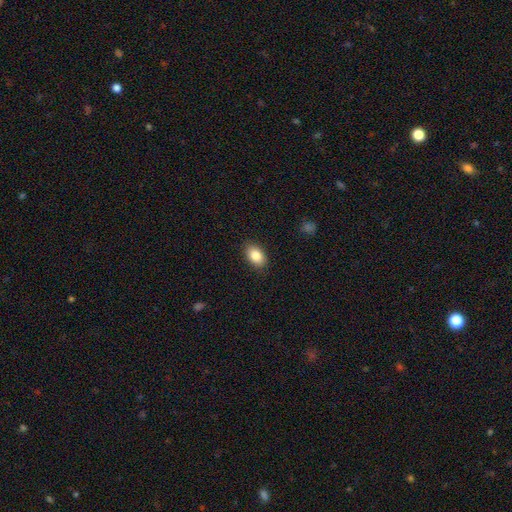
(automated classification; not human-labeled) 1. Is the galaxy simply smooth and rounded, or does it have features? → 85% smooth, 8% star or artifact, 7% featured or disk.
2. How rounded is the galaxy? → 87% in between, 12% round, 1% cigar-shaped.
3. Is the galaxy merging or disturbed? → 88% none, 9% minor disturbance, 2% major disturbance, 1% merger.